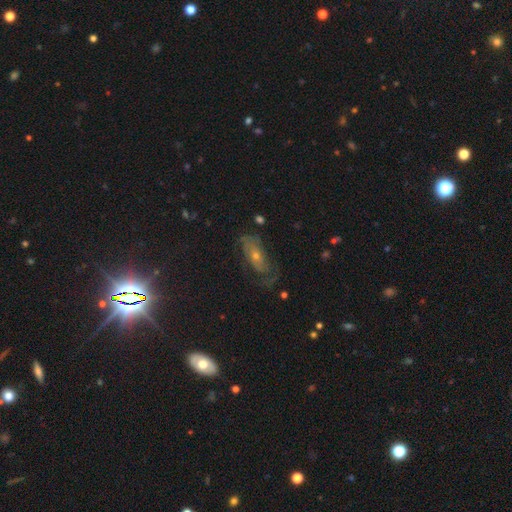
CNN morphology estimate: This appears to be a featured or disk galaxy (54%). Merging: none (57%).